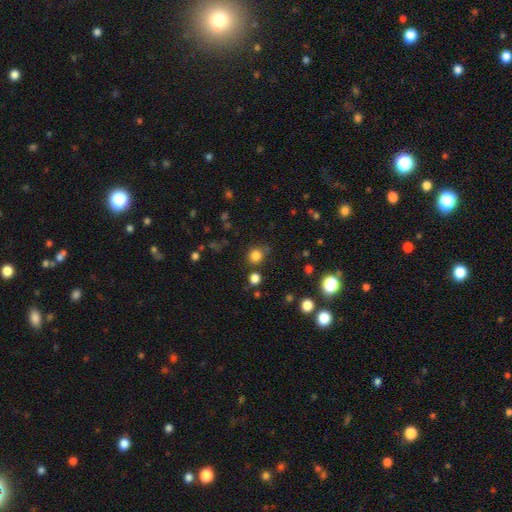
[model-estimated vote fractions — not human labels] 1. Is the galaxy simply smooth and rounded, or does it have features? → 81% smooth, 14% star or artifact, 5% featured or disk.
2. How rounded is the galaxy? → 86% round, 13% in between, 1% cigar-shaped.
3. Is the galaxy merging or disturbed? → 75% none, 14% minor disturbance, 6% merger, 5% major disturbance.